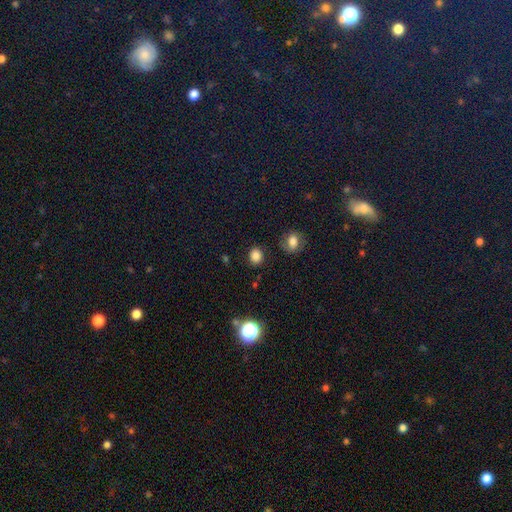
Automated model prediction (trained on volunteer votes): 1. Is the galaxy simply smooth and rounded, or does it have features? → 83% smooth, 13% star or artifact, 5% featured or disk.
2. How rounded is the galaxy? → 64% round, 35% in between, 1% cigar-shaped.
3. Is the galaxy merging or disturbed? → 83% none, 11% minor disturbance, 3% major disturbance, 2% merger.